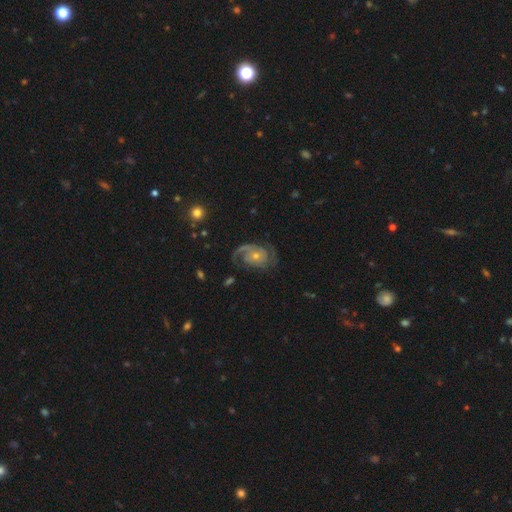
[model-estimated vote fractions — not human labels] Smooth or featured? featured or disk (84%)
Edge-on disk? no (97%)
Bar? no (75%)
Spiral arms? yes (96%)
Spiral winding? tight (46%)
Spiral arm count? 2 (55%)
Bulge size? small (58%)
Merging? none (68%)